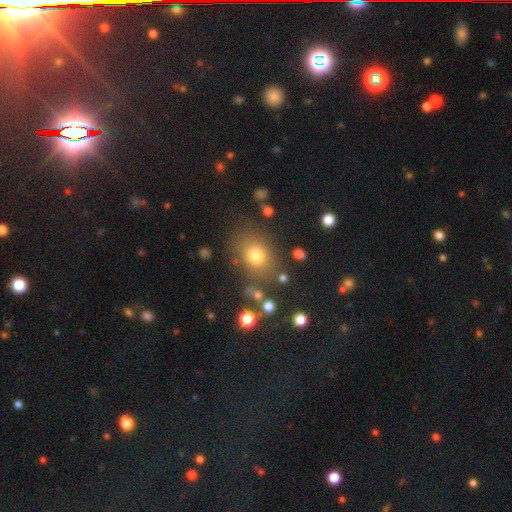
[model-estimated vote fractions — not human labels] Smooth or featured: smooth — 75% (star or artifact — 15%)
How rounded: round — 51% (in between — 47%)
Merging: none — 76% (minor disturbance — 13%)